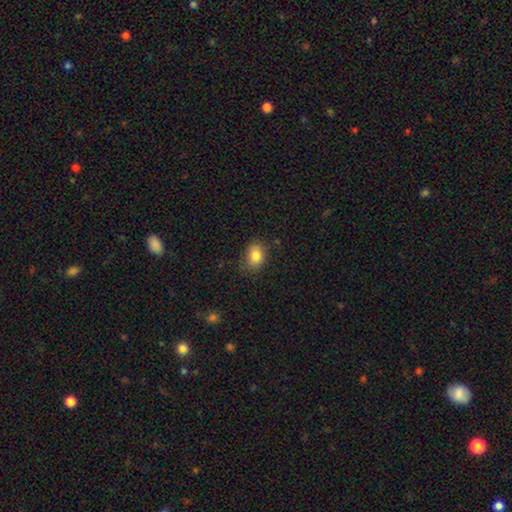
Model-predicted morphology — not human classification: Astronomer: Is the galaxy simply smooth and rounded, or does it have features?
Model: smooth — 83%.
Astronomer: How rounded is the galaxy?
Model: in between — 63%.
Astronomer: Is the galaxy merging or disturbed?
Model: none — 77%.